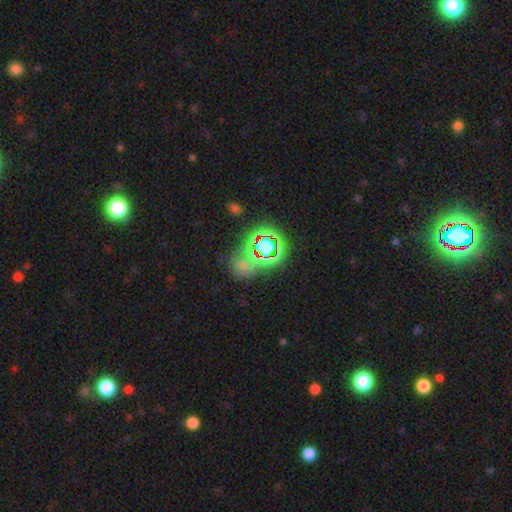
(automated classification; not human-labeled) This is possibly a star or artifact rather than a galaxy (58%).